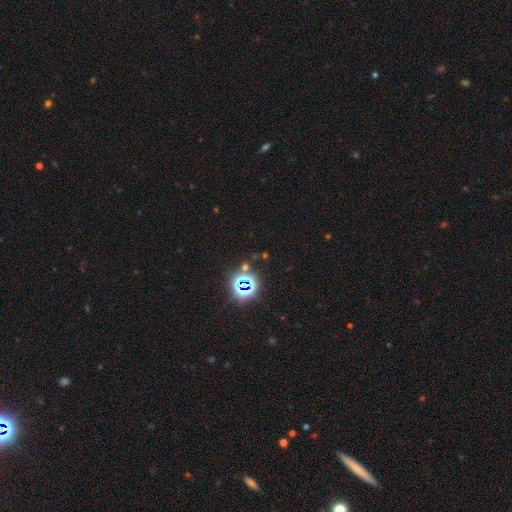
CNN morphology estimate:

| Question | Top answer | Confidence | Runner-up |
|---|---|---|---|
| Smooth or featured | star or artifact | 74% | smooth (17%) |